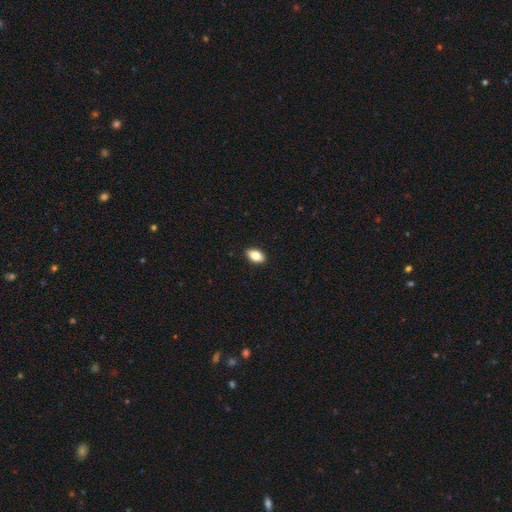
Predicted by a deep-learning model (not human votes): Smooth or featured? smooth (80%)
How rounded? in between (90%)
Merging? none (90%)